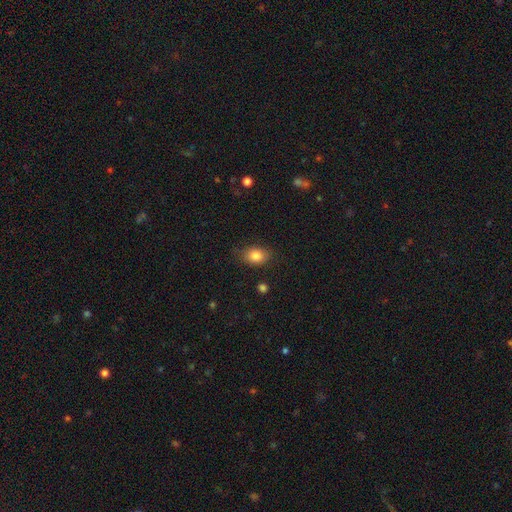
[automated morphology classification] A smooth galaxy with no disk features (83%) that is in between round and cigar-shaped (70%). Merging: none (81%).